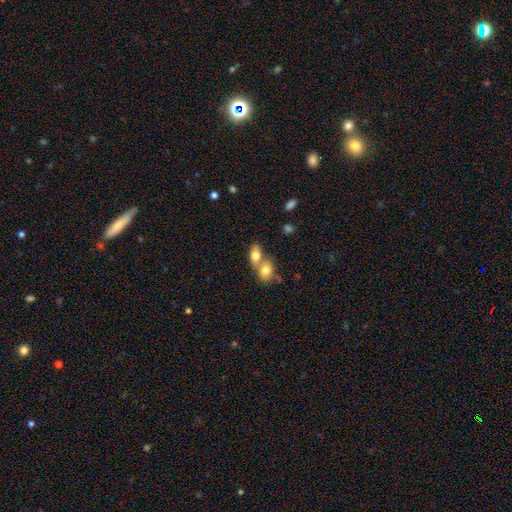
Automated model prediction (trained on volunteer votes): This appears to be a smooth galaxy with no disk features (76%) that is in between round and cigar-shaped (73%). Merging: merger (69%).